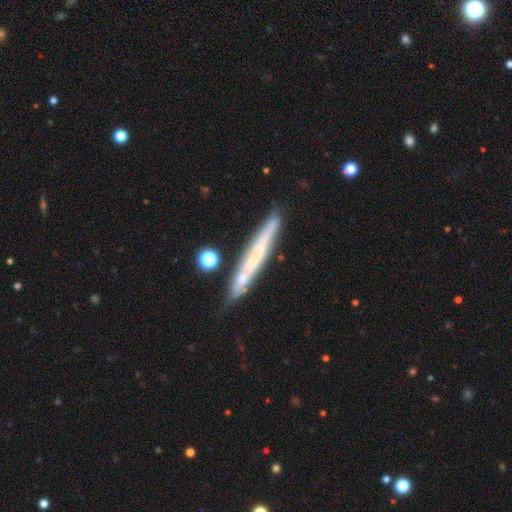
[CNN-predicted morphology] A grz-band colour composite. It shows a featured or disk galaxy (49%). Merging: none (78%).